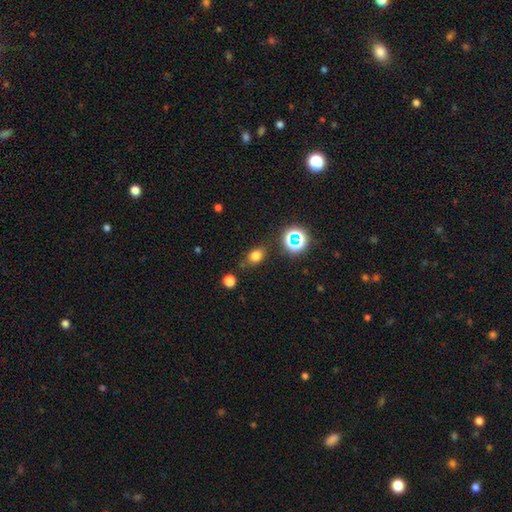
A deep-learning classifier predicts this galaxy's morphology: This appears to be a smooth galaxy with no disk features (73%) that is in between round and cigar-shaped (60%). Merging: none (77%).